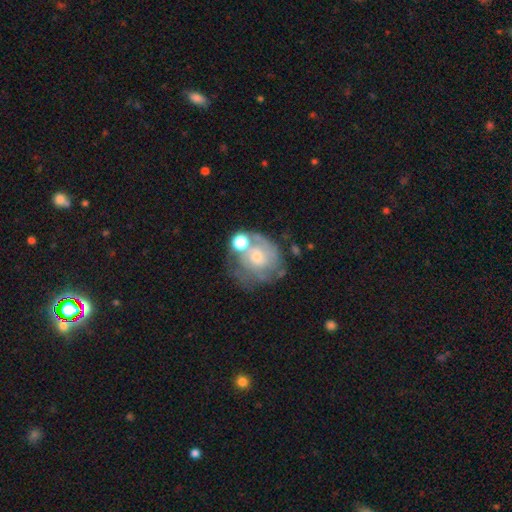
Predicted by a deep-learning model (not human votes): Overall: featured or disk (58%; smooth 32%). Edge-on disk: no (97%). Bar: no (81%). Spiral arms: yes (60%; no 40%). Bulge size: small (50%; moderate 39%). Merging: none (47%; minor disturbance 20%).